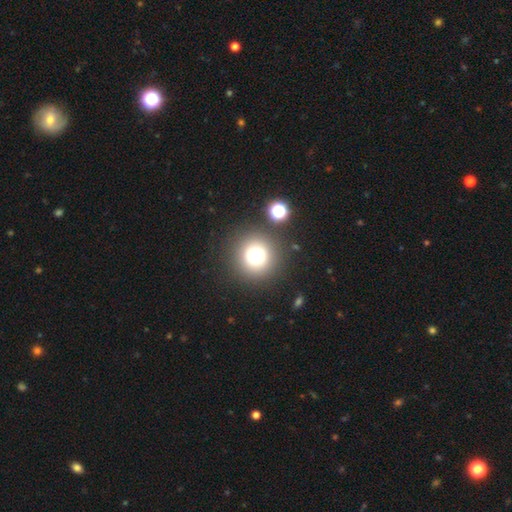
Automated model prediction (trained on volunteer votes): Q: Smooth or featured?
A: smooth (73%); runner-up: star or artifact (17%)
Q: How rounded?
A: round (95%); runner-up: in between (4%)
Q: Merging?
A: none (84%); runner-up: minor disturbance (7%)